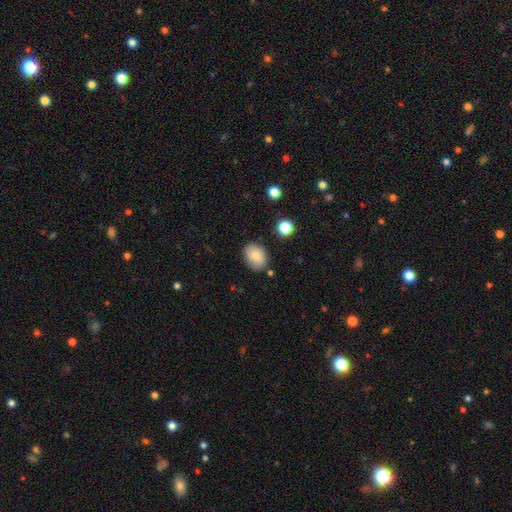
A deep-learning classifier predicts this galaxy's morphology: A smooth galaxy with no disk features (85%) that is in between round and cigar-shaped (68%).

Vote fractions:
- Smooth or featured? smooth: 85% / star or artifact: 8% / featured or disk: 7%
- How rounded? in between: 68% / round: 31% / cigar-shaped: 1%
- Merging? none: 81% / minor disturbance: 13% / major disturbance: 3% / merger: 3%